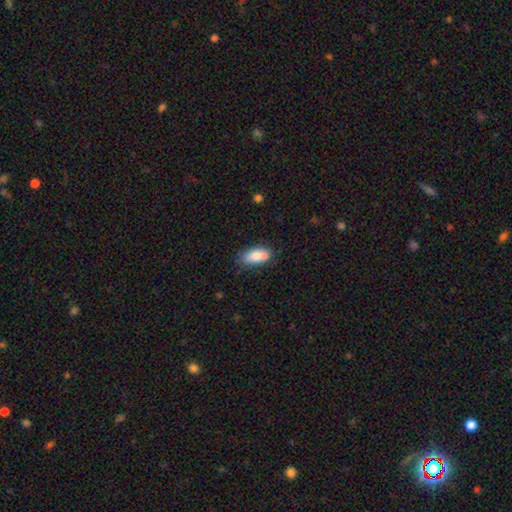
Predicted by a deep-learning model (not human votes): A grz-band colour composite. It shows a smooth galaxy with no disk features (74%) that is in between round and cigar-shaped (86%). Merging: none (51%).